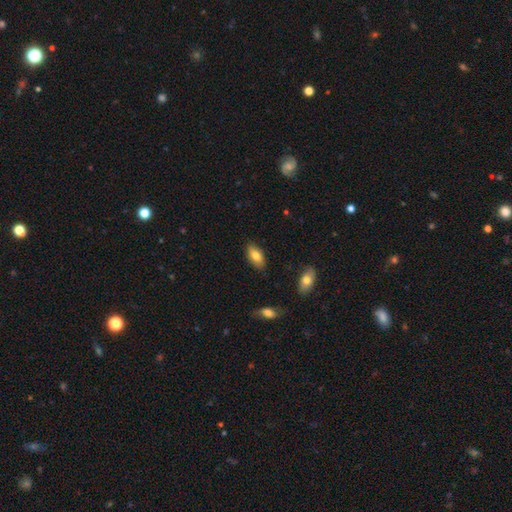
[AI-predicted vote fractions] Q: Smooth or featured?
A: smooth (78%); runner-up: featured or disk (15%)
Q: How rounded?
A: in between (91%); runner-up: cigar-shaped (6%)
Q: Merging?
A: none (84%); runner-up: minor disturbance (12%)